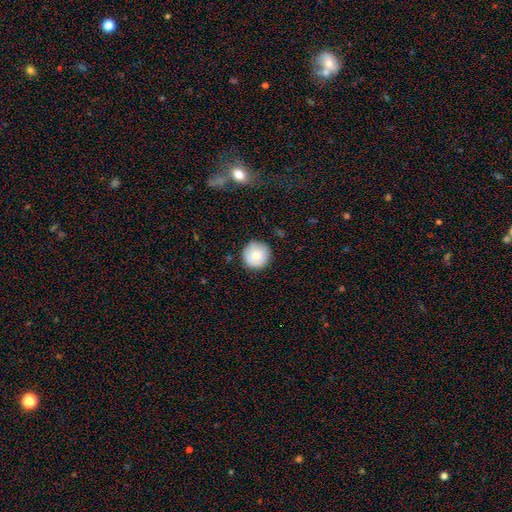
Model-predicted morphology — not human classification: smooth-or-featured: smooth: 79% | featured or disk: 13% | star or artifact: 8%
  how-rounded: round: 95% | in between: 4% | cigar-shaped: 1%
  merging: none: 87% | minor disturbance: 9% | major disturbance: 2% | merger: 1%